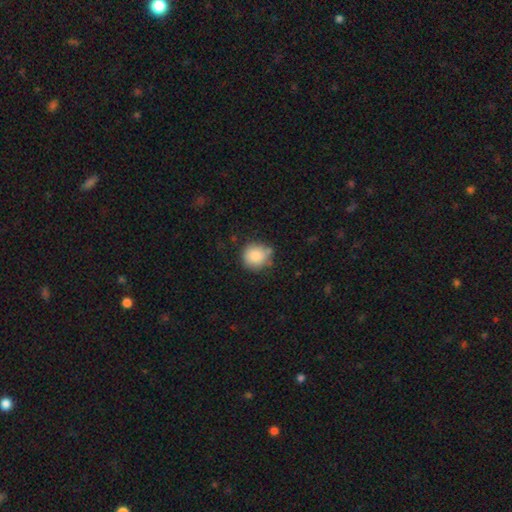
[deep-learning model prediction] smooth_or_featured: smooth (p=0.86) [alt: star or artifact p=0.08]
how_rounded: round (p=0.89) [alt: in between p=0.10]
merging: none (p=0.70) [alt: minor disturbance p=0.20]